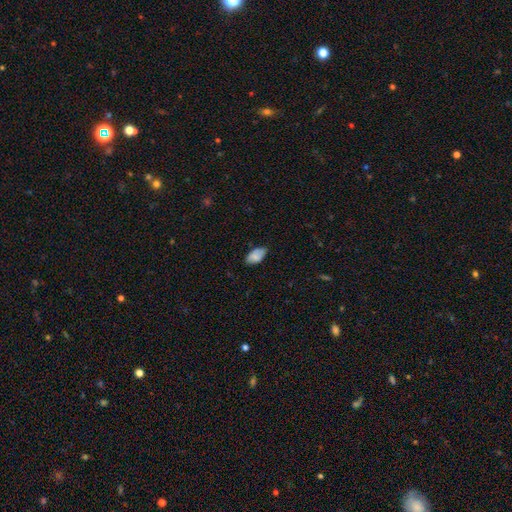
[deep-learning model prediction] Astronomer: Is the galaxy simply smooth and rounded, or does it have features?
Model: smooth — 80%.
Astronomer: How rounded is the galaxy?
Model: in between — 94%.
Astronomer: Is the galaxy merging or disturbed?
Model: none — 71%.